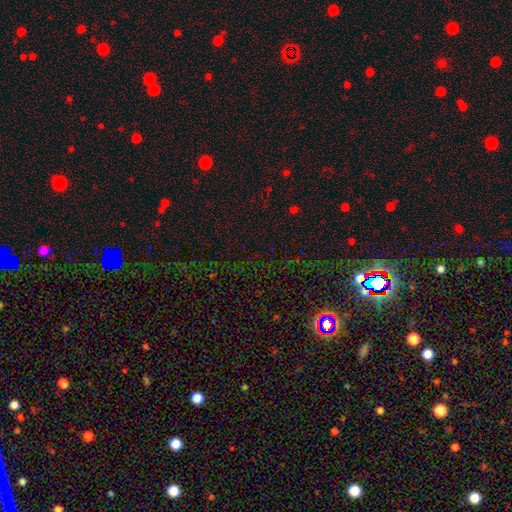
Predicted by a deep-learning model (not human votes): A star or artifact, not a galaxy (72%).

Vote fractions:
- Smooth or featured? star or artifact: 72% / smooth: 20% / featured or disk: 8%